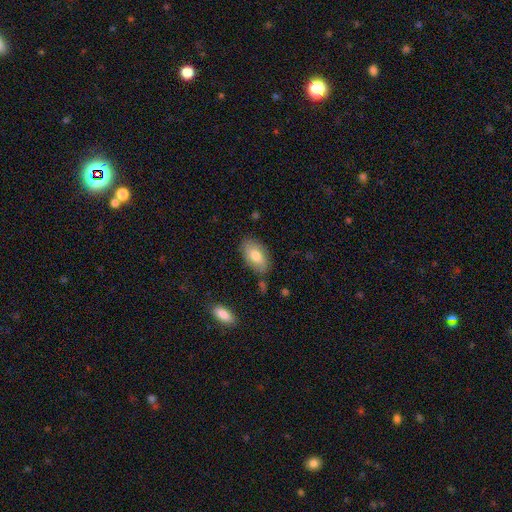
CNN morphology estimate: A smooth galaxy with no disk features (75%) that is in between round and cigar-shaped (93%).

Vote fractions:
- Smooth or featured? smooth: 75% / featured or disk: 18% / star or artifact: 7%
- How rounded? in between: 93% / round: 4% / cigar-shaped: 3%
- Merging? none: 78% / minor disturbance: 15% / major disturbance: 3% / merger: 3%